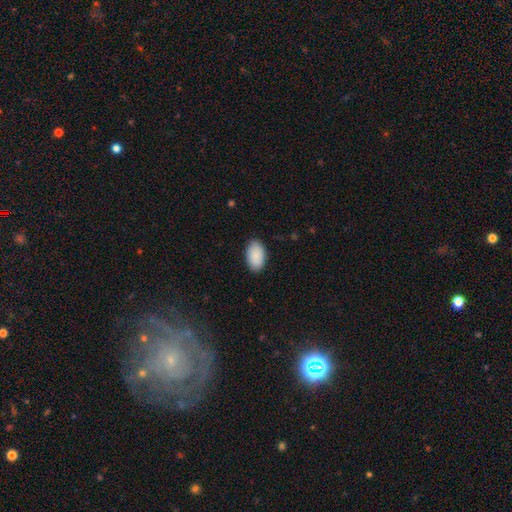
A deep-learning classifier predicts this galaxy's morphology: Q: Smooth or featured?
A: smooth (90%); runner-up: star or artifact (6%)
Q: How rounded?
A: in between (95%); runner-up: round (4%)
Q: Merging?
A: none (87%); runner-up: minor disturbance (10%)